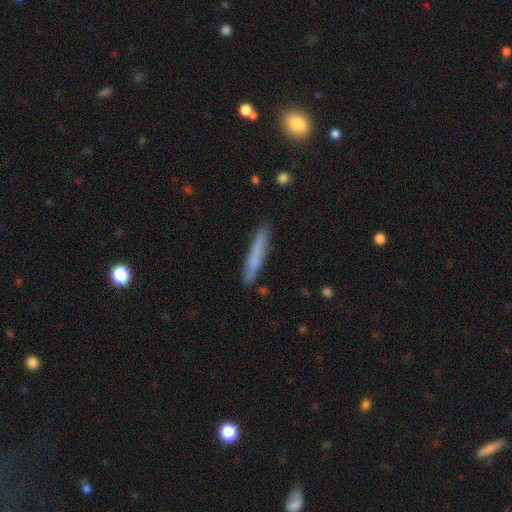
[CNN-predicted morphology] Smooth or featured? Predicted: smooth (p=0.69). How rounded? Predicted: cigar-shaped (p=0.95). Merging? Predicted: none (p=0.88).